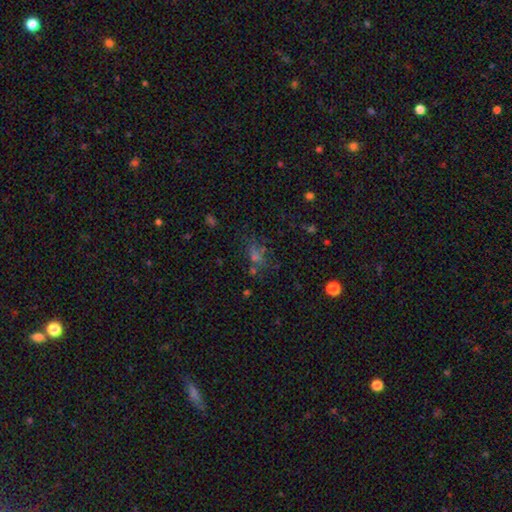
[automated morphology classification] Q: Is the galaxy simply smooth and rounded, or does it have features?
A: smooth — 45%.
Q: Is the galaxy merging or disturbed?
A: none — 57%.